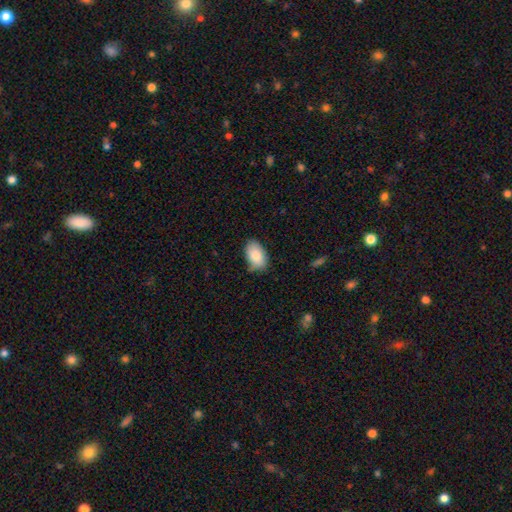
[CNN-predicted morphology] Overall: smooth (85%). How rounded: in between (93%). Merging: none (75%).